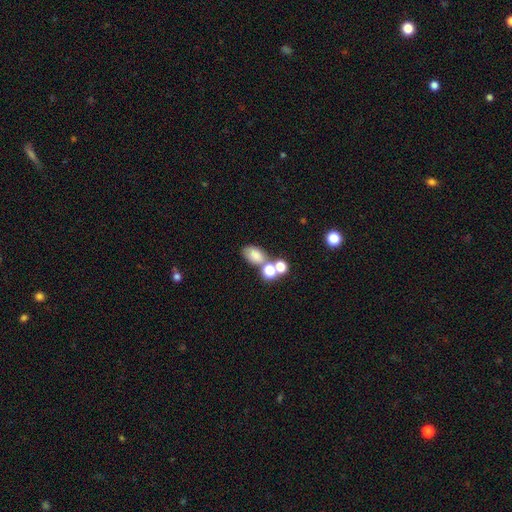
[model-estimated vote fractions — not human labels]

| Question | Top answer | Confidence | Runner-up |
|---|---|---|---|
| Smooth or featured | smooth | 72% | star or artifact (15%) |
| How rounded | in between | 77% | round (21%) |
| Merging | none | 44% | merger (37%) |